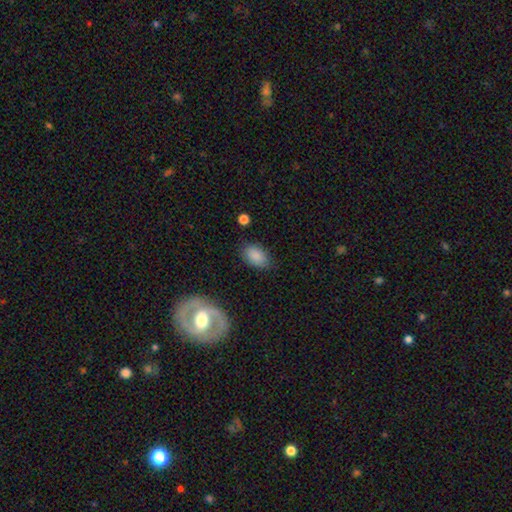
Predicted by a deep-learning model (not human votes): Overall: smooth (86%). How rounded: in between (89%). Merging: none (80%).